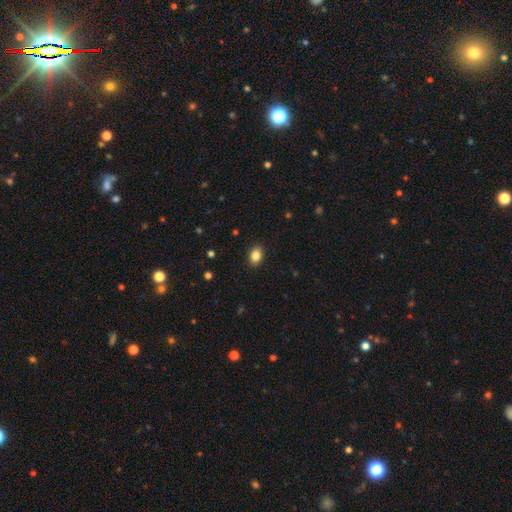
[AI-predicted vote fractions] This appears to be a smooth galaxy with no disk features (85%) that is in between round and cigar-shaped (72%). Merging: none (90%).